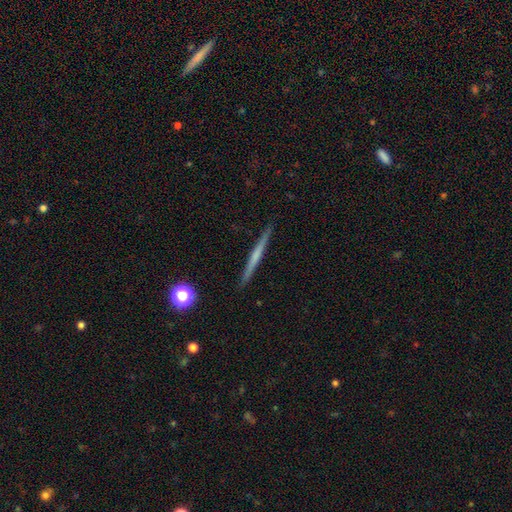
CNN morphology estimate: smooth_or_featured: featured or disk (p=0.56) [alt: smooth p=0.37]
disk_edge_on: yes (p=0.98) [alt: no p=0.02]
edge_on_bulge: none (p=0.71) [alt: rounded p=0.22]
merging: none (p=0.92) [alt: minor disturbance p=0.06]